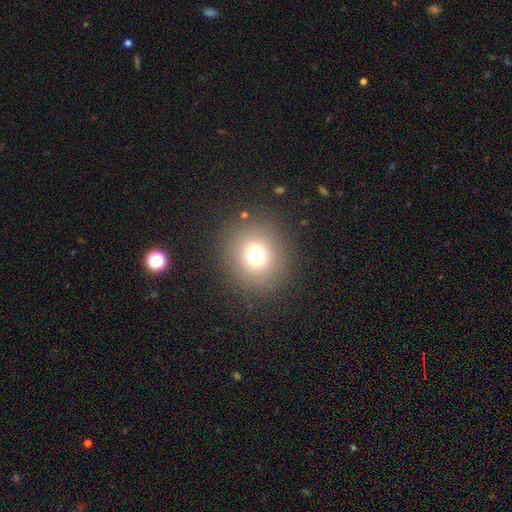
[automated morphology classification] Q: Smooth or featured?
A: smooth (71%); runner-up: star or artifact (19%)
Q: How rounded?
A: round (86%); runner-up: in between (13%)
Q: Merging?
A: none (88%); runner-up: minor disturbance (6%)